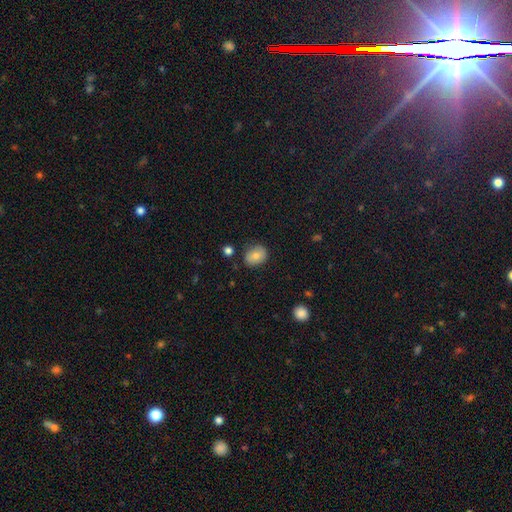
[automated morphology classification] type=smooth (77%); roundness=in between (50%); merging=none (78%).